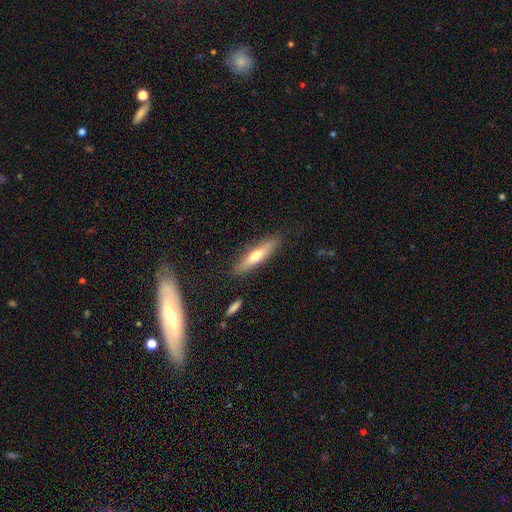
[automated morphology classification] smooth-or-featured: smooth: 54% | featured or disk: 39% | star or artifact: 6%
  how-rounded: cigar-shaped: 79% | in between: 20% | round: 2%
  merging: none: 84% | minor disturbance: 11% | major disturbance: 3% | merger: 2%